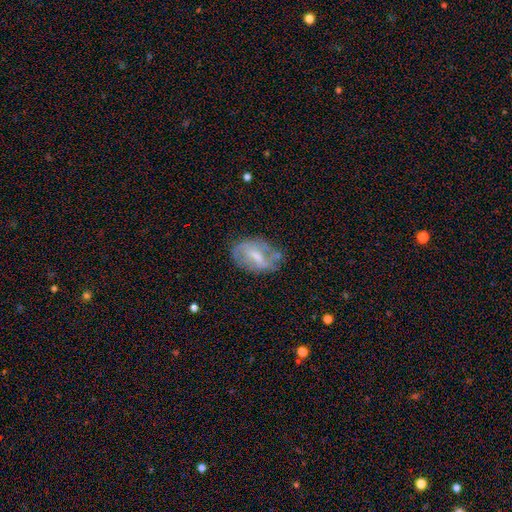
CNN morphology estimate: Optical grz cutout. It shows a featured or disk galaxy (59%) with a weak bar (47%), spiral arms (57%) and a moderate central bulge (41%). Merging: none (54%).